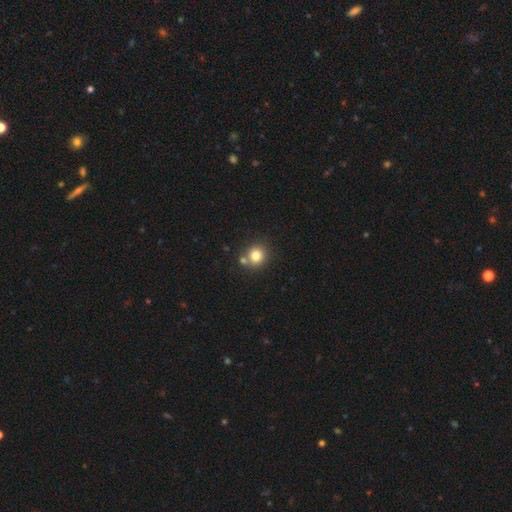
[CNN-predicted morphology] A smooth galaxy with no disk features (80%) that is round (87%).

Vote fractions:
- Smooth or featured? smooth: 80% / star or artifact: 12% / featured or disk: 8%
- How rounded? round: 87% / in between: 12% / cigar-shaped: 1%
- Merging? none: 69% / merger: 19% / minor disturbance: 9% / major disturbance: 3%